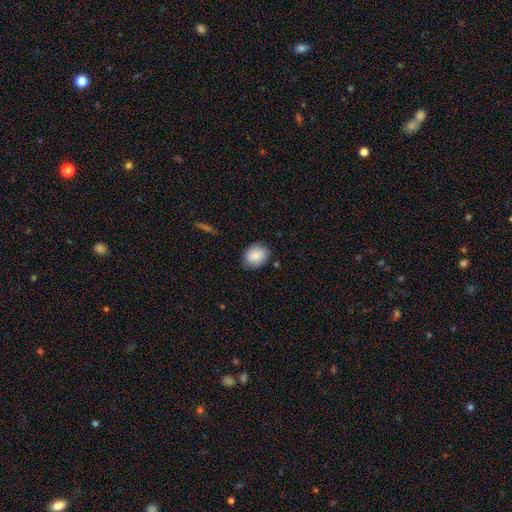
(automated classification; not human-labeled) Smooth or featured: smooth — 84% (featured or disk — 9%)
How rounded: in between — 53% (round — 46%)
Merging: none — 82% (minor disturbance — 14%)